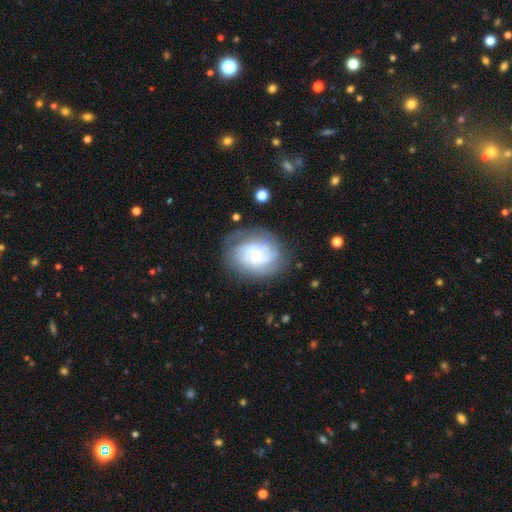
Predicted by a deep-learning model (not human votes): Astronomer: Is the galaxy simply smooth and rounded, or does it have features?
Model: featured or disk — 68%.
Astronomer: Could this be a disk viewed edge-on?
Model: no — 97%.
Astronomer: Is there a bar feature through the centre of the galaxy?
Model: no — 75%.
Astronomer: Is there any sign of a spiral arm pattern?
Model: yes — 85%.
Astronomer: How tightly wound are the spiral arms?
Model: tight — 59%.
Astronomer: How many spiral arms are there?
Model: can't tell — 44% (runner-up: 2, 23%).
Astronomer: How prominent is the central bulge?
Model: small — 69%.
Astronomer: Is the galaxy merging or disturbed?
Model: none — 69%.